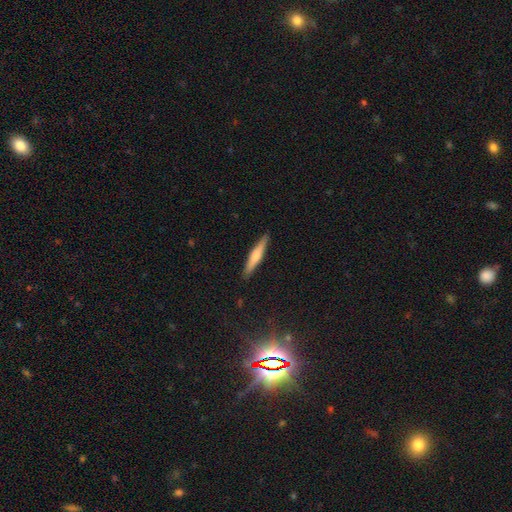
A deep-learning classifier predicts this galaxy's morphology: This is possibly a smooth galaxy (55%). How rounded: clearly cigar-shaped (92%). Merging: clearly none (90%).